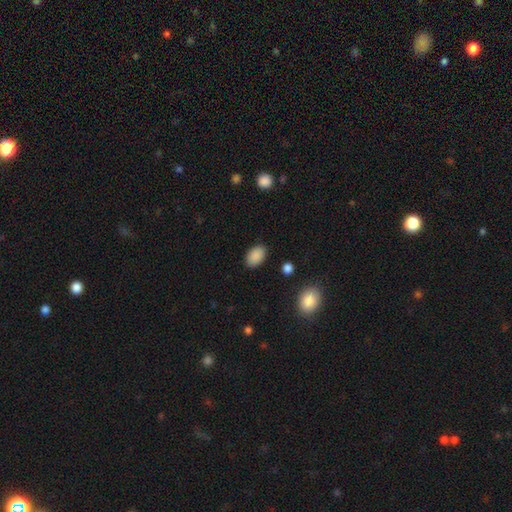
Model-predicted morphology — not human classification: Smooth or featured?
  - smooth: 89% *
  - star or artifact: 8%
  - featured or disk: 3%
How rounded?
  - in between: 88% *
  - round: 11%
  - cigar-shaped: 1%
Merging?
  - none: 87% *
  - minor disturbance: 9%
  - major disturbance: 3%
  - merger: 1%